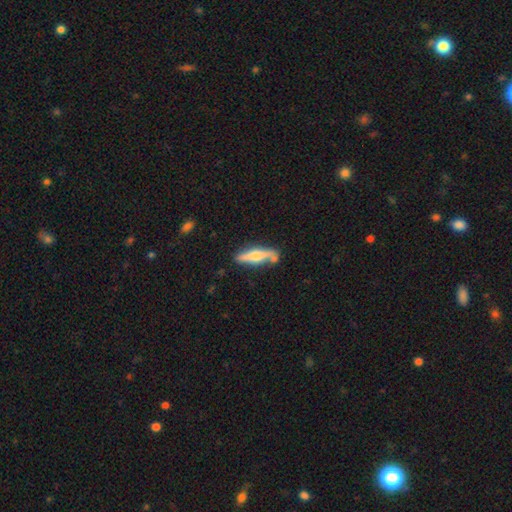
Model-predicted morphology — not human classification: A featured or disk galaxy (54%) viewed edge-on (92%) with a rounded central bulge (87%).

Vote fractions:
- Smooth or featured? featured or disk: 54% / smooth: 40% / star or artifact: 5%
- Edge-on disk? yes: 92% / no: 8%
- Edge-on bulge? rounded: 87% / boxy: 8% / none: 5%
- Merging? none: 71% / minor disturbance: 15% / merger: 9% / major disturbance: 4%